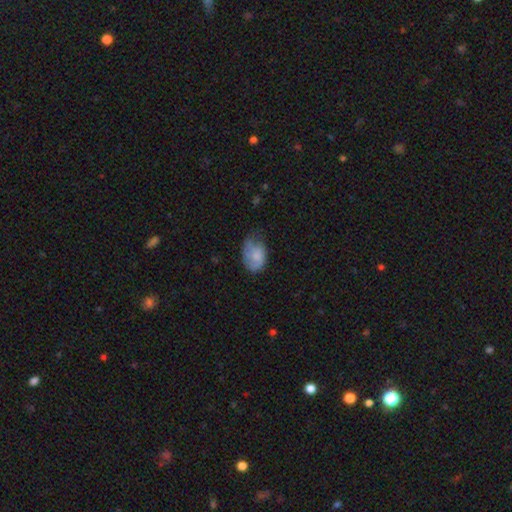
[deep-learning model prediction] smooth 67%, featured or disk 25%, star or artifact 8%. Down the decision tree: how rounded — in between (83%); merging — minor disturbance (40%).